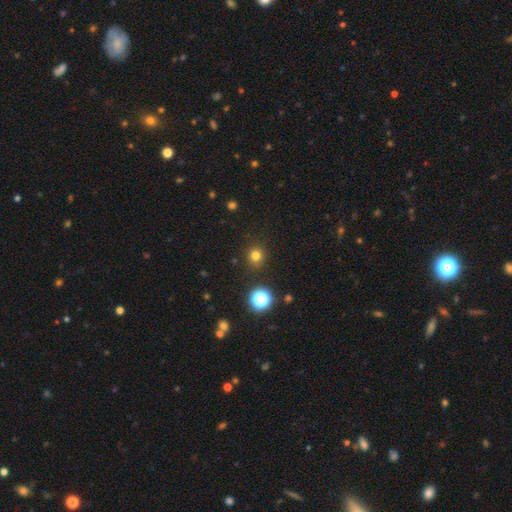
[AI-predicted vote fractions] This appears to be a smooth galaxy with no disk features (77%) that is round (89%). Merging: none (89%).